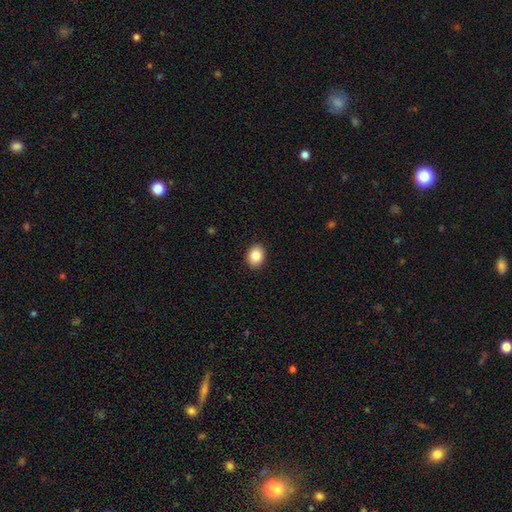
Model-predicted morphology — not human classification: Smooth or featured? smooth (86%)
How rounded? in between (63%)
Merging? none (91%)